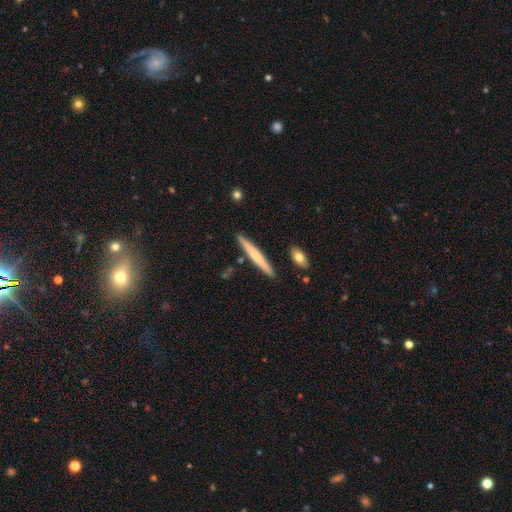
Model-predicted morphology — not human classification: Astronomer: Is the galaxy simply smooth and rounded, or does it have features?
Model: smooth — 55% (runner-up: featured or disk, 39%).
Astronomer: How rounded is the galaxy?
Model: cigar-shaped — 96%.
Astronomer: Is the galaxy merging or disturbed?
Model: none — 88%.